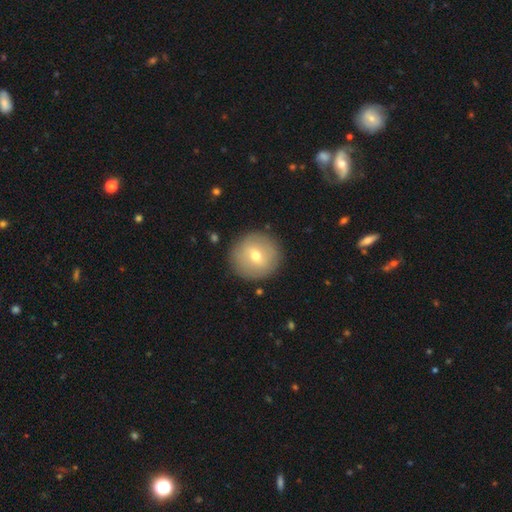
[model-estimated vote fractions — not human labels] smooth-or-featured: smooth: 62% | featured or disk: 30% | star or artifact: 9%
  how-rounded: round: 94% | in between: 5% | cigar-shaped: 1%
  merging: none: 89% | minor disturbance: 7% | major disturbance: 3% | merger: 1%